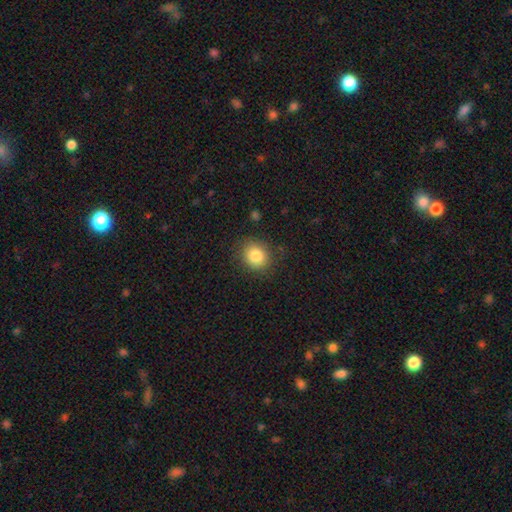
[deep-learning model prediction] smooth 83%, star or artifact 10%, featured or disk 7%. Down the decision tree: how rounded — round (73%); merging — none (85%).